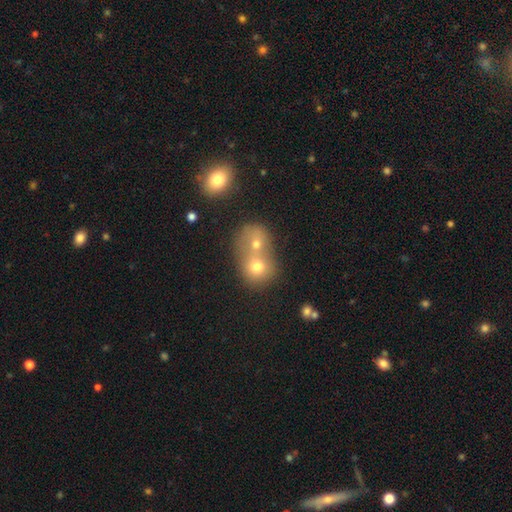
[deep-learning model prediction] smooth-or-featured: smooth: 57% | star or artifact: 23% | featured or disk: 20%
  how-rounded: round: 72% | in between: 26% | cigar-shaped: 1%
  merging: merger: 62% | none: 29% | minor disturbance: 5% | major disturbance: 3%